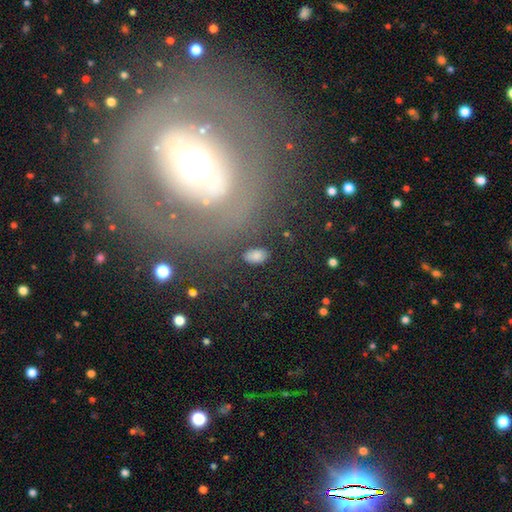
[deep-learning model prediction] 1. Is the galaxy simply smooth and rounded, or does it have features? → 80% smooth, 12% star or artifact, 7% featured or disk.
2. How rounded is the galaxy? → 92% in between, 6% round, 2% cigar-shaped.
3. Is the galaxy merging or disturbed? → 83% none, 11% minor disturbance, 4% major disturbance, 2% merger.